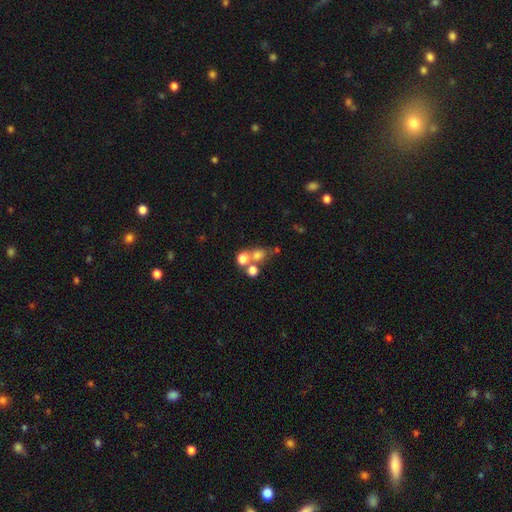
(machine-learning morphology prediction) Smooth or featured: smooth — 68% (star or artifact — 16%)
How rounded: round — 77% (in between — 21%)
Merging: merger — 48% (none — 40%)